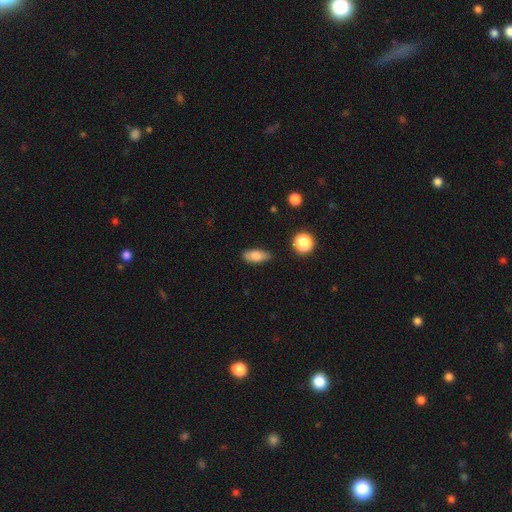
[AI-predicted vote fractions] Overall: smooth (79%). How rounded: in between (84%). Merging: none (80%).